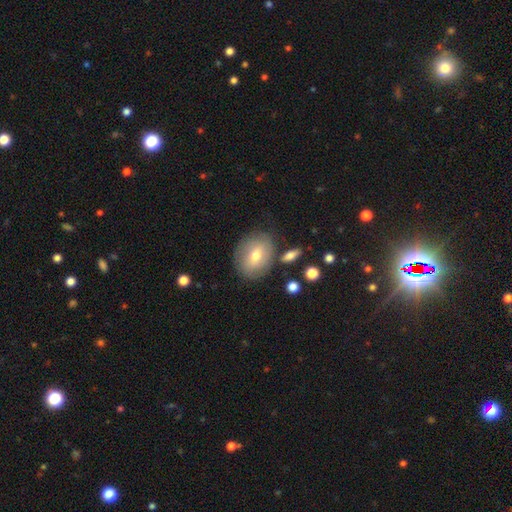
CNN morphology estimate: Smooth or featured?
  - smooth: 62% *
  - featured or disk: 29%
  - star or artifact: 8%
How rounded?
  - in between: 59% *
  - round: 39%
  - cigar-shaped: 1%
Merging?
  - none: 76% *
  - minor disturbance: 15%
  - merger: 5%
  - major disturbance: 4%